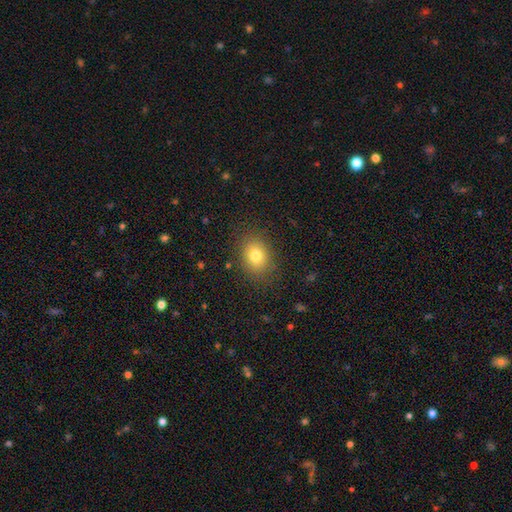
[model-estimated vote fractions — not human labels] The model was most divided on "how rounded": in between: 54%, round: 45%, cigar-shaped: 1%. More confident: merging — none (86%); smooth or featured — smooth (79%).